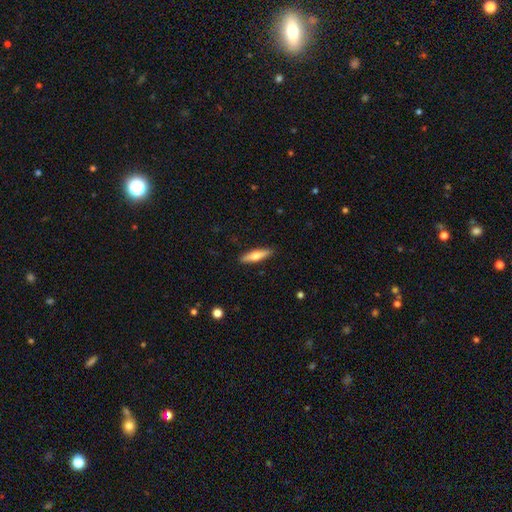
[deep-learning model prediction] Morphology: type=smooth (59%); roundness=cigar-shaped (74%); merging=none (90%).